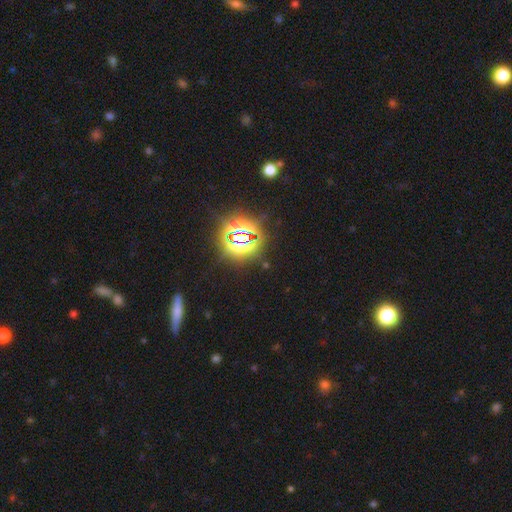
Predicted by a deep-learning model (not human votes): Morphology: type=star or artifact (79%).